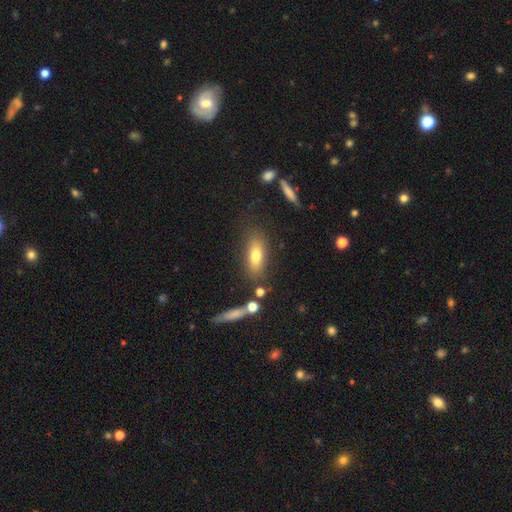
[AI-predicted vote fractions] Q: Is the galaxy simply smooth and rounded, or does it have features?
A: smooth — 72%.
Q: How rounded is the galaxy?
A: in between — 70%.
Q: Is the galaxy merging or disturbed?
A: none — 73%.